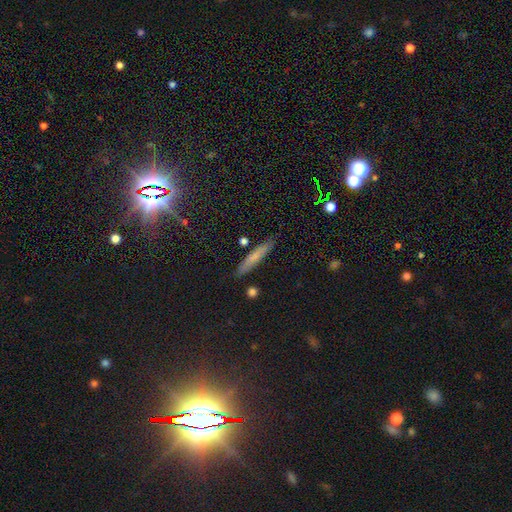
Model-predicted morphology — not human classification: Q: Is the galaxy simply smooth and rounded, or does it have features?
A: smooth — 70%.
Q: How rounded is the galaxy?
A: cigar-shaped — 90%.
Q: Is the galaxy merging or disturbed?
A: none — 86%.